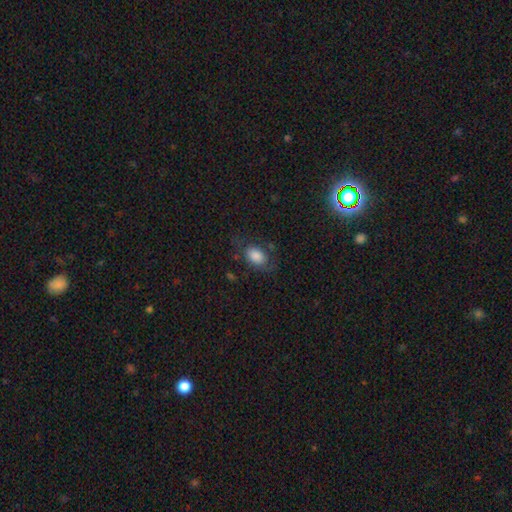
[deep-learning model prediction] This is likely a smooth galaxy (80%). How rounded: clearly in between (83%). Merging: likely none (62%).